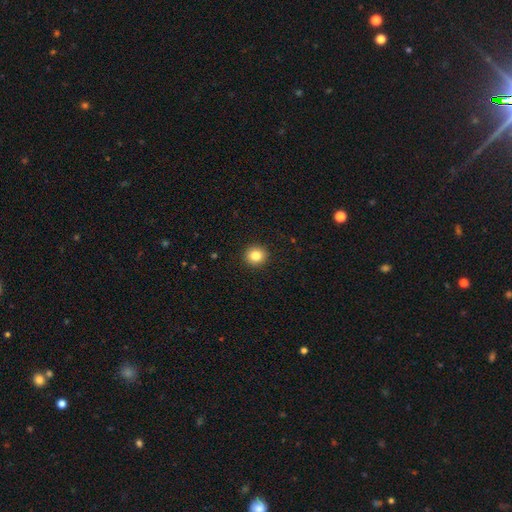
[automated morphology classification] A smooth galaxy with no disk features (84%) that is round (92%).

Vote fractions:
- Smooth or featured? smooth: 84% / star or artifact: 10% / featured or disk: 6%
- How rounded? round: 92% / in between: 8% / cigar-shaped: 1%
- Merging? none: 93% / minor disturbance: 5% / major disturbance: 2% / merger: 1%